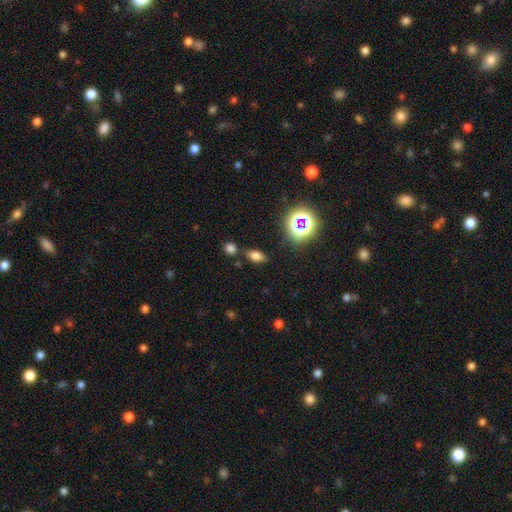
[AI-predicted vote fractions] Smooth or featured? smooth (69%)
How rounded? in between (82%)
Merging? none (78%)